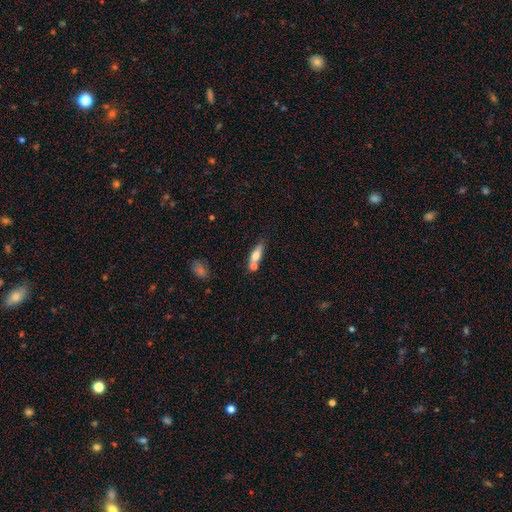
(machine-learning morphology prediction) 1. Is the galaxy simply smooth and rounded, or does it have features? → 67% smooth, 26% featured or disk, 7% star or artifact.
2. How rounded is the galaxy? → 52% in between, 45% cigar-shaped, 3% round.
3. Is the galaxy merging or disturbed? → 52% none, 29% merger, 15% minor disturbance, 4% major disturbance.